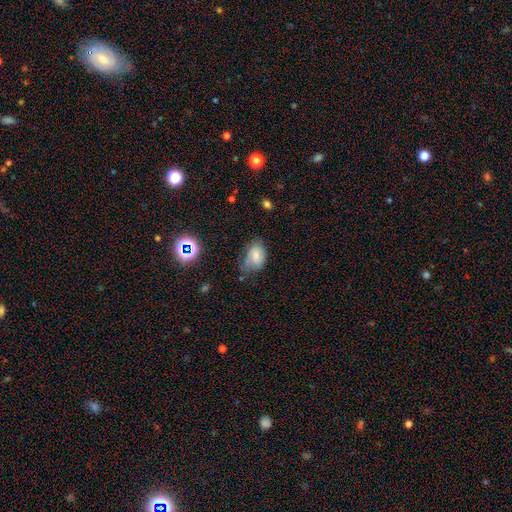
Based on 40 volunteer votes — Smooth or featured: smooth — 78% (featured or disk — 15%)
How rounded: in between — 84% (round — 16%)
Merging: minor disturbance — 43% (none — 38%)